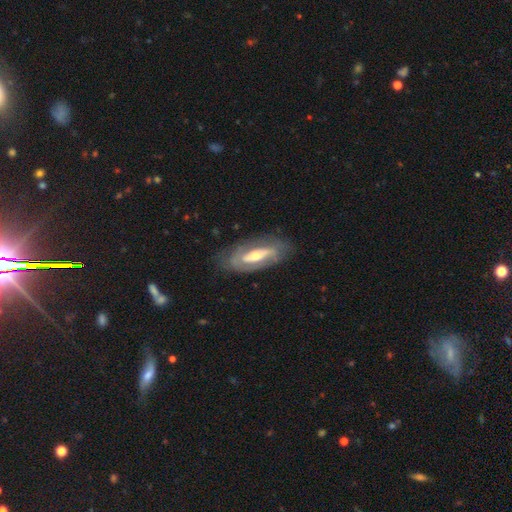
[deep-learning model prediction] Overall: featured or disk (70%). Edge-on disk: no (81%). Bar: strong (37%; no 36%). Spiral arms: yes (58%; no 42%). Bulge size: moderate (63%; small 27%). Merging: none (75%).